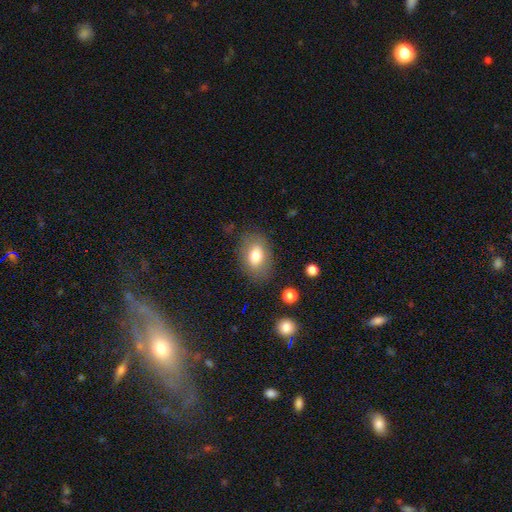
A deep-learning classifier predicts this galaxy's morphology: A smooth galaxy with no disk features (76%) that is in between round and cigar-shaped (81%). Merging: none (79%).